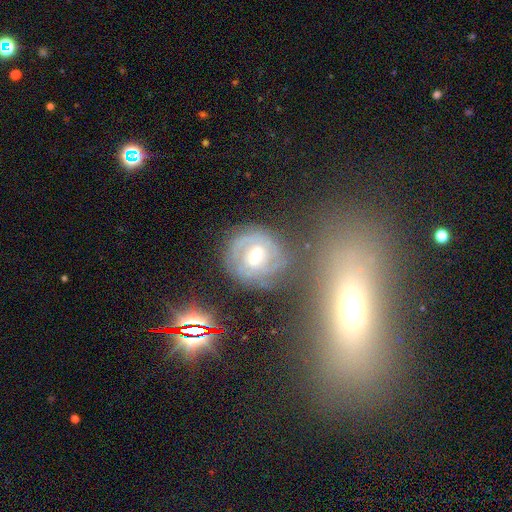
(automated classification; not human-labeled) smooth-or-featured: featured or disk: 75% | smooth: 16% | star or artifact: 9%
  disk-edge-on: no: 96% | yes: 4%
    bar: weak: 43% | no: 40% | strong: 17%
    has-spiral-arms: yes: 88% | no: 12%
      spiral-winding: tight: 70% | medium: 24% | loose: 7%
      spiral-arm-count: 2: 34% | can't tell: 32% | 3: 18% | 1: 6% | 4: 5% | more than 4: 4%
    bulge-size: moderate: 72% | small: 20% | large: 5% | none: 1% | dominant: 1%
  merging: none: 67% | minor disturbance: 17% | major disturbance: 9% | merger: 7%